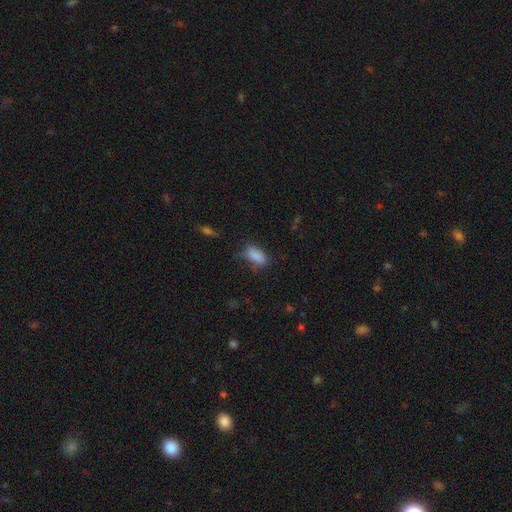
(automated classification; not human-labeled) Smooth or featured: smooth — 84% (star or artifact — 10%)
How rounded: in between — 88% (cigar-shaped — 8%)
Merging: none — 54% (minor disturbance — 29%)